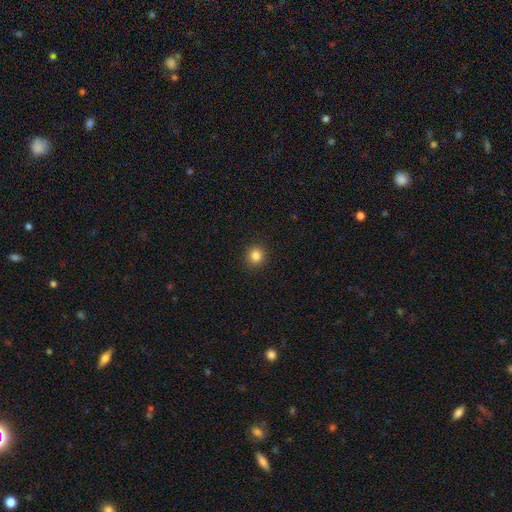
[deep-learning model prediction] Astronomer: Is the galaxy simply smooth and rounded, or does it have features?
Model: smooth — 84%.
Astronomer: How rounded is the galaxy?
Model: round — 91%.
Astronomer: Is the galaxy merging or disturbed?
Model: none — 92%.